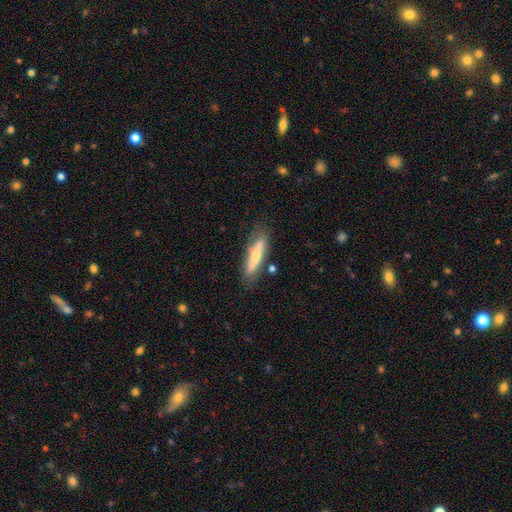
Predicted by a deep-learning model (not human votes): A smooth galaxy with no disk features (55%) that is cigar-shaped (77%). Merging: none (74%).